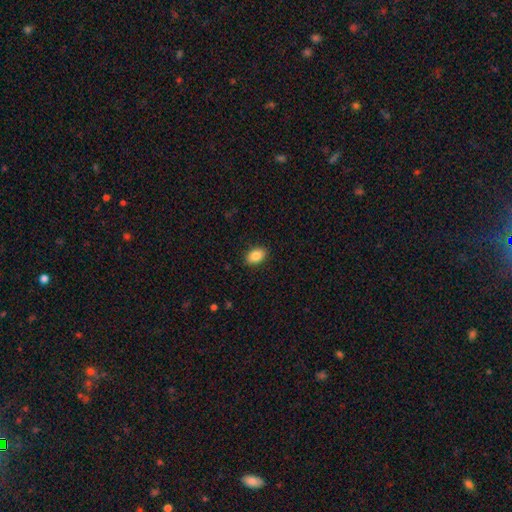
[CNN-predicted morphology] Smooth or featured? Predicted: smooth (p=0.87). How rounded? Predicted: in between (p=0.87). Merging? Predicted: none (p=0.89).